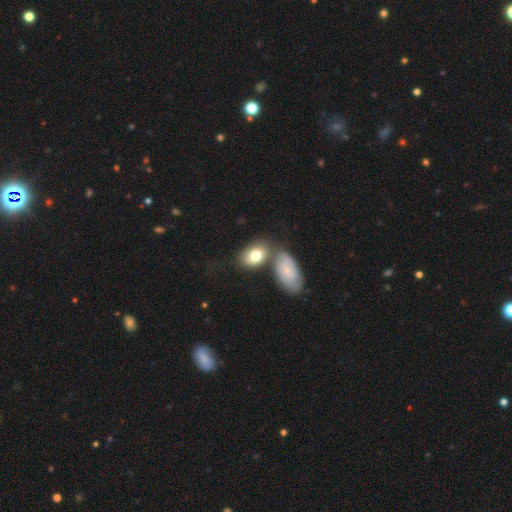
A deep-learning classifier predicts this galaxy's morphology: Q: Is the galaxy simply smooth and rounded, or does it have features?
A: smooth — 75%.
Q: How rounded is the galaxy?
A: in between — 83%.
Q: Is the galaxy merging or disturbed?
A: none — 48%.